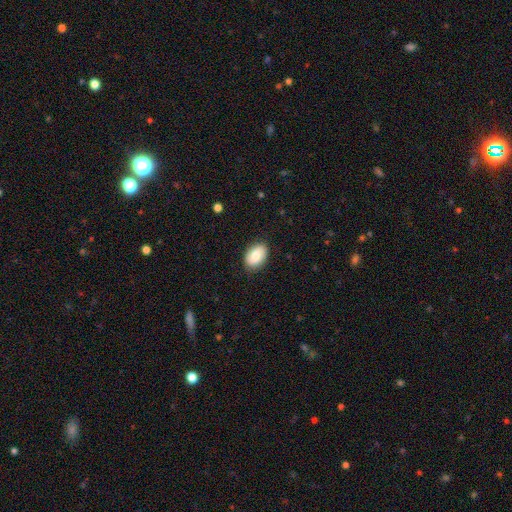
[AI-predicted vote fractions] Overall: smooth (74%). How rounded: in between (86%). Merging: none (85%).